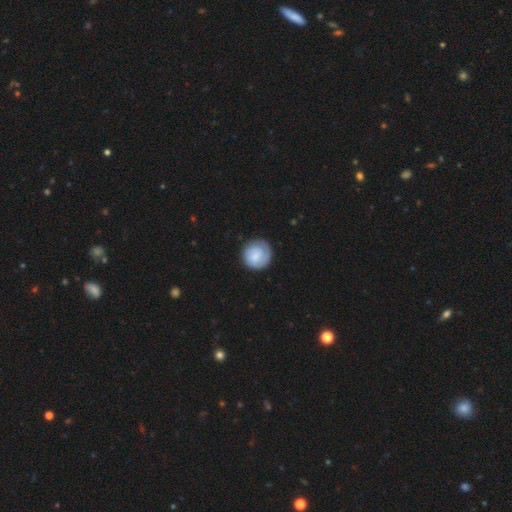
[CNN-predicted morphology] Overall: smooth (69%). How rounded: round (90%). Merging: none (78%).